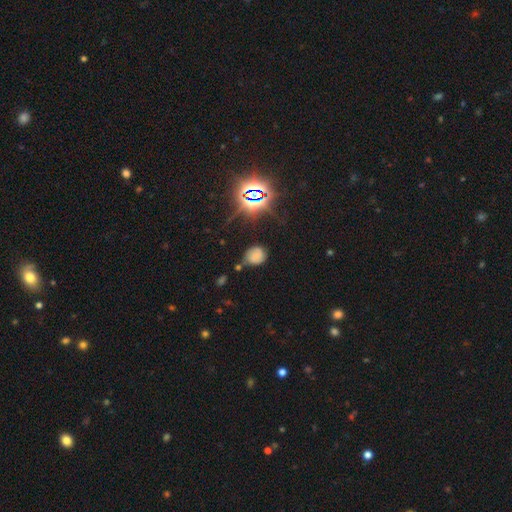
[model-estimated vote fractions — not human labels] Smooth or featured? Predicted: smooth (p=0.63). How rounded? Predicted: round (p=0.70). Merging? Predicted: none (p=0.62).